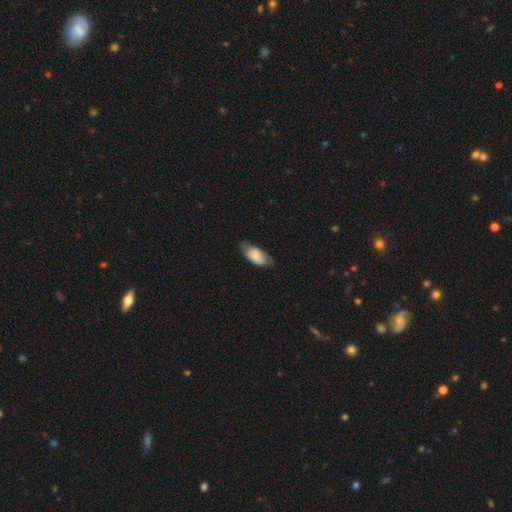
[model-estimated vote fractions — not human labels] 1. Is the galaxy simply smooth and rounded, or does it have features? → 75% smooth, 19% featured or disk, 6% star or artifact.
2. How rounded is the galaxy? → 89% in between, 9% cigar-shaped, 2% round.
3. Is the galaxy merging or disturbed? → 66% none, 26% minor disturbance, 6% major disturbance, 1% merger.